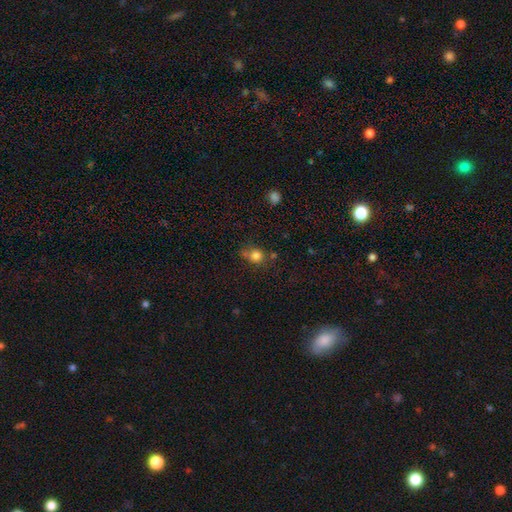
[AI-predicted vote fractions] smooth_or_featured: smooth (p=0.79) [alt: star or artifact p=0.13]
how_rounded: round (p=0.75) [alt: in between p=0.24]
merging: none (p=0.55) [alt: minor disturbance p=0.23]